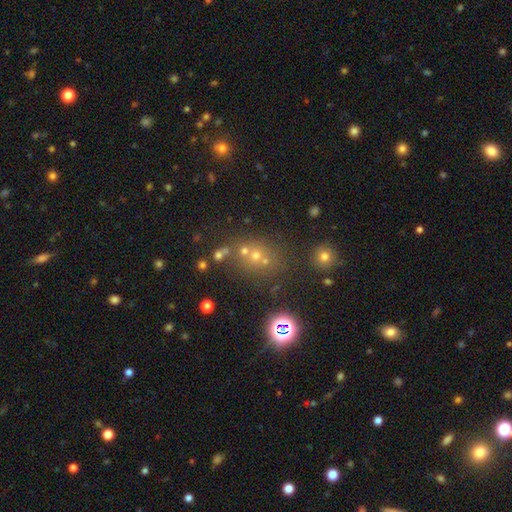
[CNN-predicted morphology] Smooth or featured?
  - star or artifact: 48% *
  - smooth: 40%
  - featured or disk: 13%